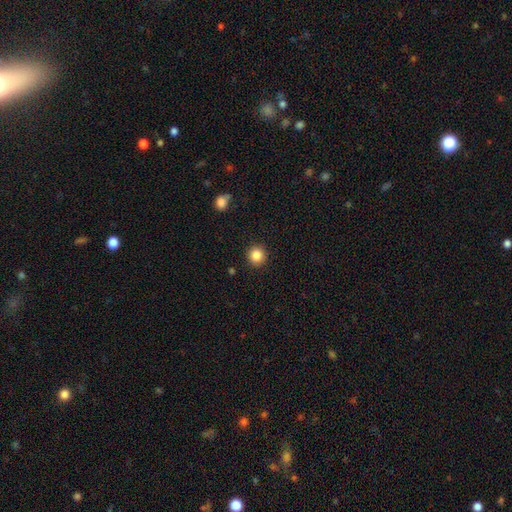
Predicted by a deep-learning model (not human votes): Overall: smooth (86%). How rounded: round (94%). Merging: none (92%).